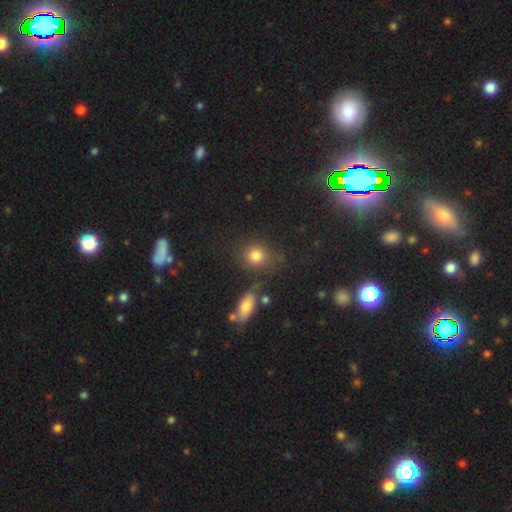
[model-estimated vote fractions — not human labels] Smooth or featured: smooth — 79% (star or artifact — 13%)
How rounded: round — 78% (in between — 21%)
Merging: none — 72% (minor disturbance — 13%)